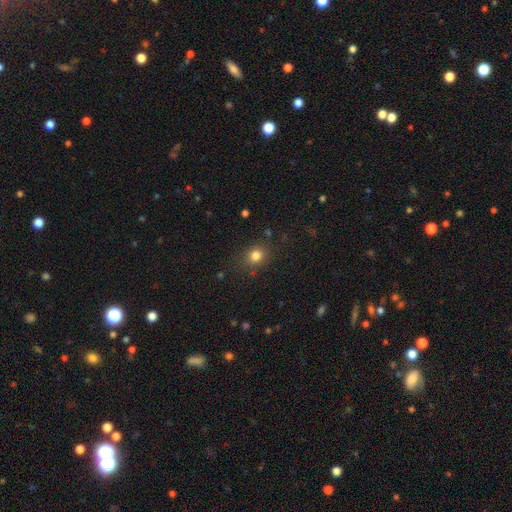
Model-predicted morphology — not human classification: Smooth or featured: smooth — 80% (star or artifact — 14%)
How rounded: round — 68% (in between — 31%)
Merging: none — 82% (minor disturbance — 12%)